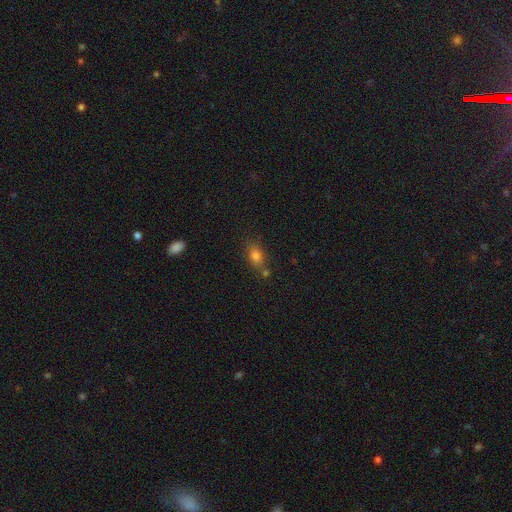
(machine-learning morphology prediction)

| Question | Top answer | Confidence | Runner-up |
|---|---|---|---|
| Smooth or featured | smooth | 78% | star or artifact (13%) |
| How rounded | in between | 74% | round (22%) |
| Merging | none | 66% | merger (16%) |